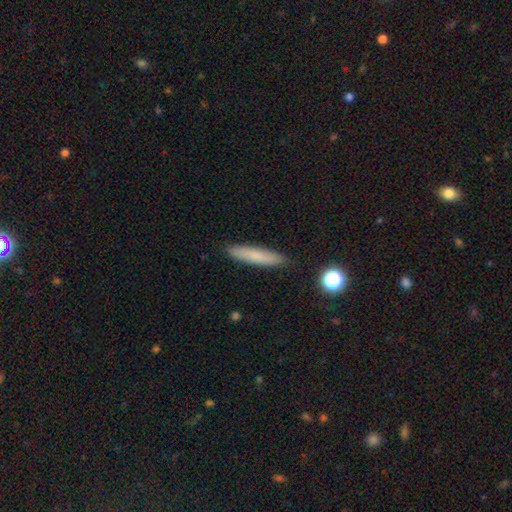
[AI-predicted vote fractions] Q: Smooth or featured?
A: smooth (77%); runner-up: featured or disk (15%)
Q: How rounded?
A: cigar-shaped (90%); runner-up: in between (9%)
Q: Merging?
A: none (90%); runner-up: minor disturbance (7%)